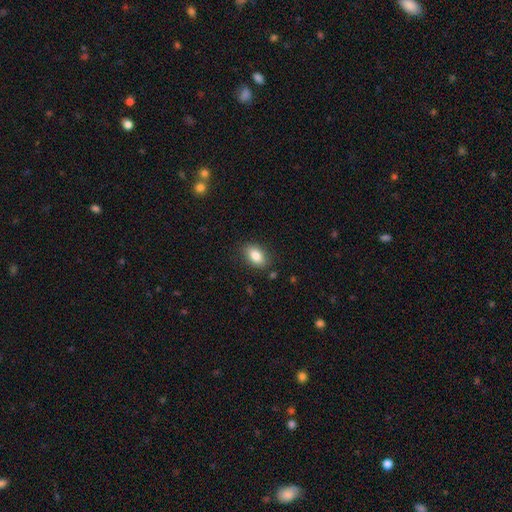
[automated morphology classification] This appears to be a smooth galaxy with no disk features (83%) that is in between round and cigar-shaped (87%). Merging: none (85%).